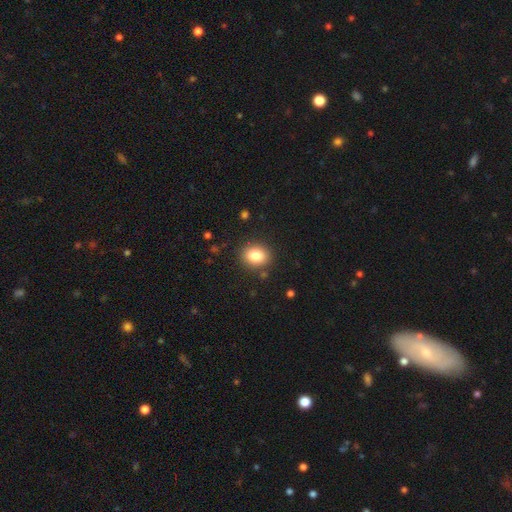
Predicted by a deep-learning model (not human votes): Smooth or featured? smooth (83%)
How rounded? round (53%)
Merging? none (88%)